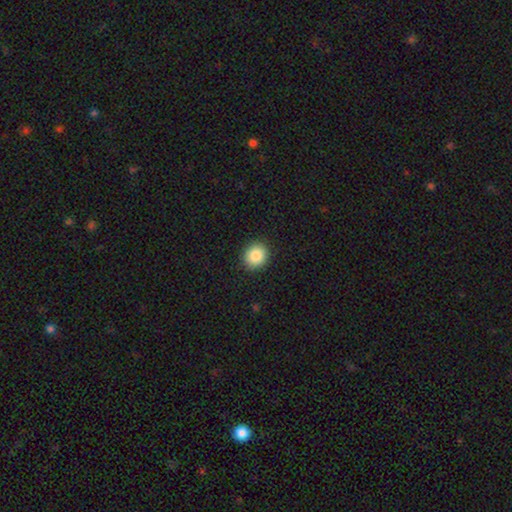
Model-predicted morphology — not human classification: Q: Smooth or featured?
A: smooth (87%); runner-up: star or artifact (8%)
Q: How rounded?
A: round (81%); runner-up: in between (18%)
Q: Merging?
A: none (90%); runner-up: minor disturbance (7%)